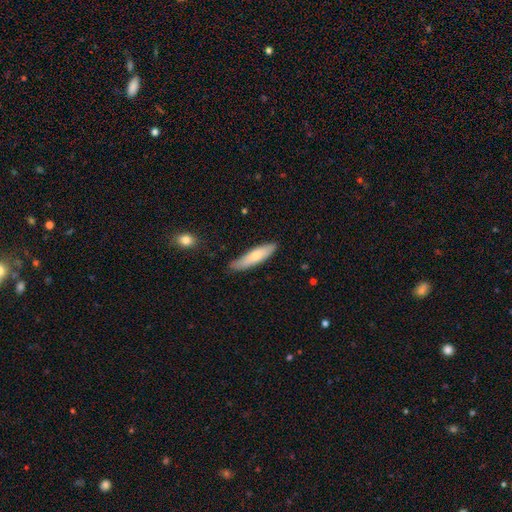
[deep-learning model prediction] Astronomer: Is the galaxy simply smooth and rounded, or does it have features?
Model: smooth — 70%.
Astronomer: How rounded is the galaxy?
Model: cigar-shaped — 72%.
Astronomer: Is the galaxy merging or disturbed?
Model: none — 80%.